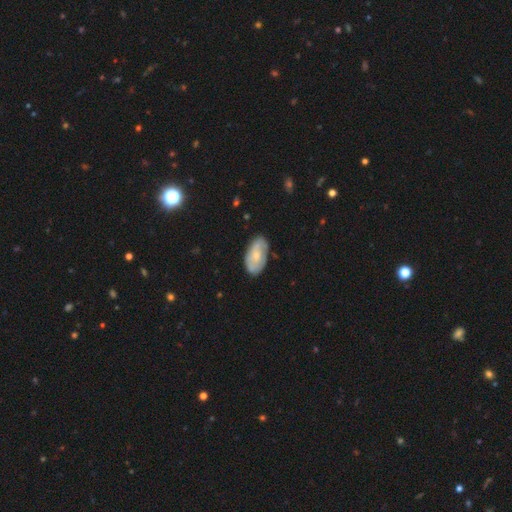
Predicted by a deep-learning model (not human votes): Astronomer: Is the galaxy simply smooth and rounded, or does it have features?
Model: featured or disk — 48% (runner-up: smooth, 46%).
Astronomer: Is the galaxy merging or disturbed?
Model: none — 75%.